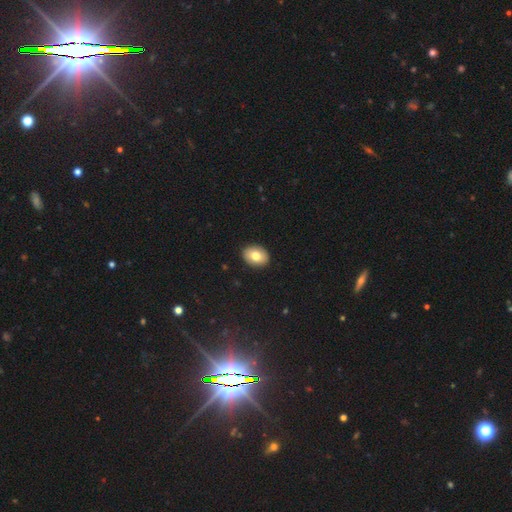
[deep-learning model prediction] This appears to be a smooth galaxy with no disk features (78%) that is in between round and cigar-shaped (71%). Merging: none (91%).